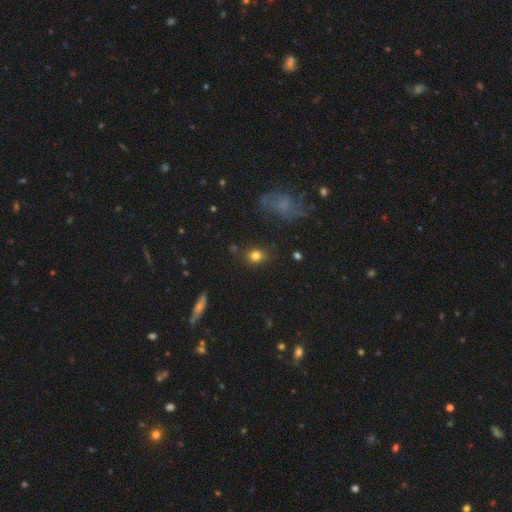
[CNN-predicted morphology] Overall: smooth (81%). How rounded: round (66%; in between 32%). Merging: none (83%).